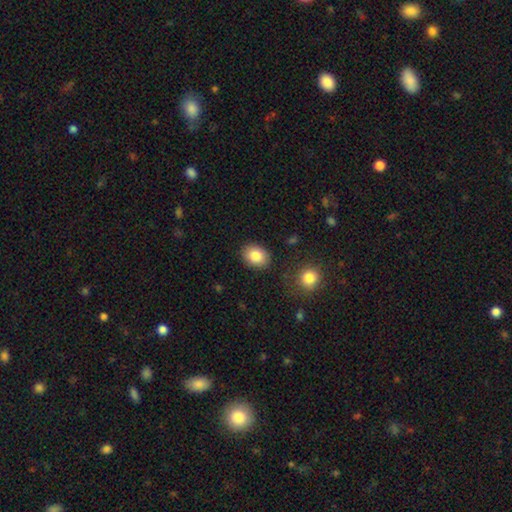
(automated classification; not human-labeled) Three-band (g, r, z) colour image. It shows a smooth galaxy with no disk features (84%) that is in between round and cigar-shaped (60%). Merging: none (86%).